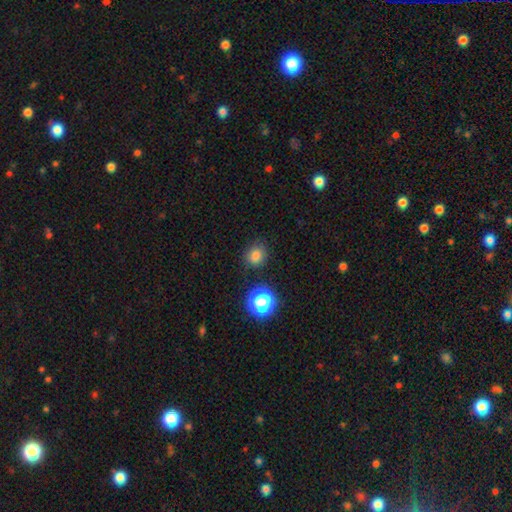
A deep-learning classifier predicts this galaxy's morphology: Overall: smooth (79%). How rounded: round (83%). Merging: none (84%).